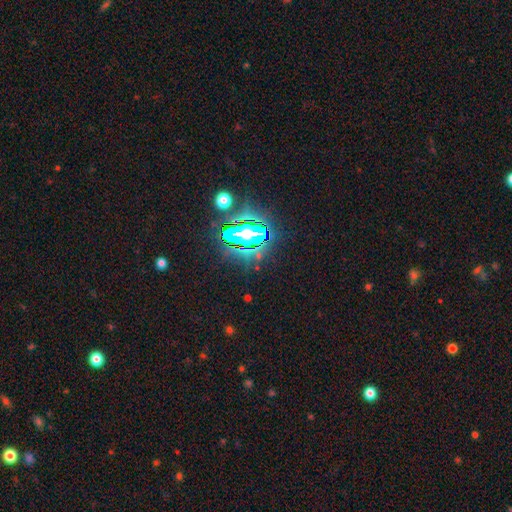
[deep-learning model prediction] smooth_or_featured: star or artifact (p=0.77) [alt: smooth p=0.13]